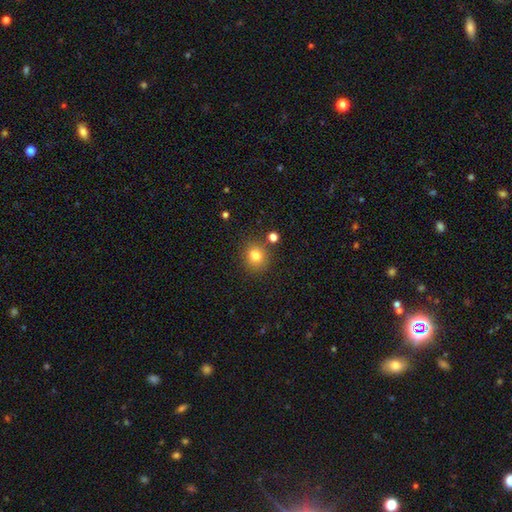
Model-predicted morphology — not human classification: smooth-or-featured: smooth: 80% | star or artifact: 13% | featured or disk: 8%
  how-rounded: round: 84% | in between: 15% | cigar-shaped: 1%
  merging: none: 80% | minor disturbance: 10% | merger: 7% | major disturbance: 3%